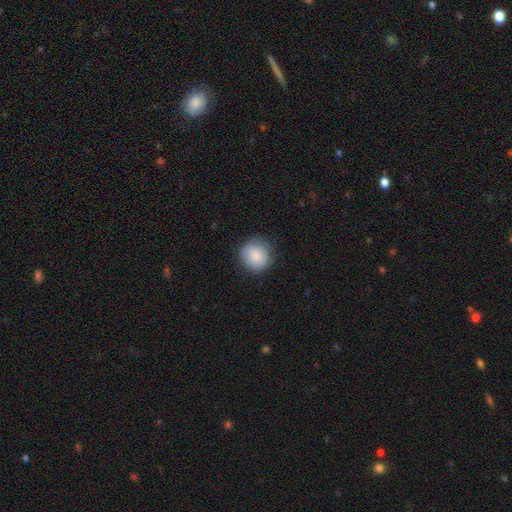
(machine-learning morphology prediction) Smooth or featured?
  - smooth: 80% *
  - featured or disk: 13%
  - star or artifact: 8%
How rounded?
  - round: 89% *
  - in between: 10%
  - cigar-shaped: 1%
Merging?
  - none: 76% *
  - minor disturbance: 18%
  - major disturbance: 5%
  - merger: 1%